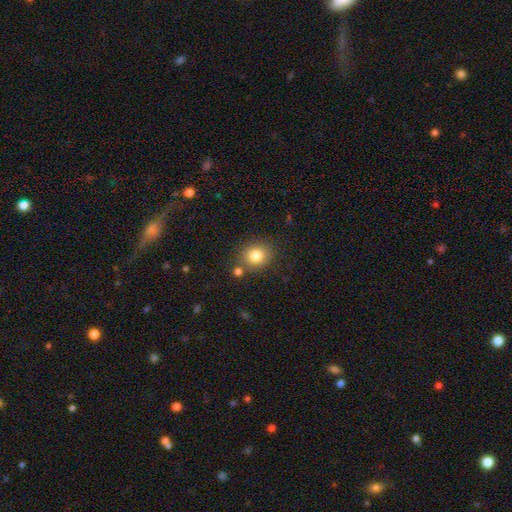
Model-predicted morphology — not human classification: Q: Smooth or featured?
A: smooth (82%); runner-up: star or artifact (11%)
Q: How rounded?
A: round (73%); runner-up: in between (26%)
Q: Merging?
A: none (79%); runner-up: minor disturbance (10%)